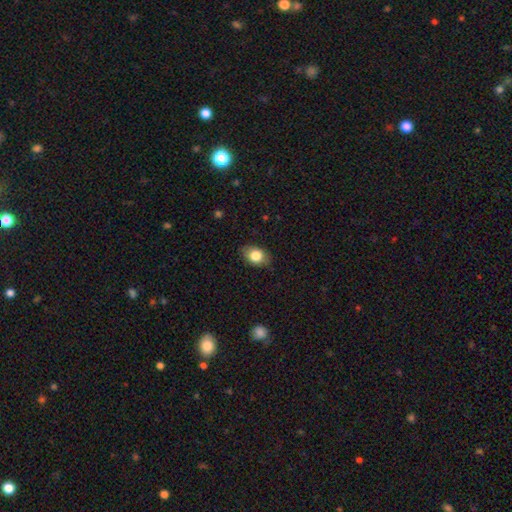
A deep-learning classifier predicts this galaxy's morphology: A smooth galaxy with no disk features (81%) that is in between round and cigar-shaped (78%).

Vote fractions:
- Smooth or featured? smooth: 81% / featured or disk: 10% / star or artifact: 8%
- How rounded? in between: 78% / round: 21% / cigar-shaped: 1%
- Merging? none: 84% / minor disturbance: 13% / major disturbance: 3% / merger: 1%